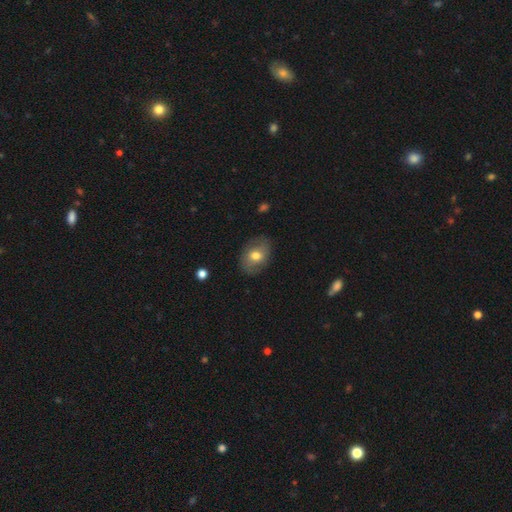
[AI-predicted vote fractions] Morphology: type=smooth (64%); roundness=in between (73%); merging=none (81%).